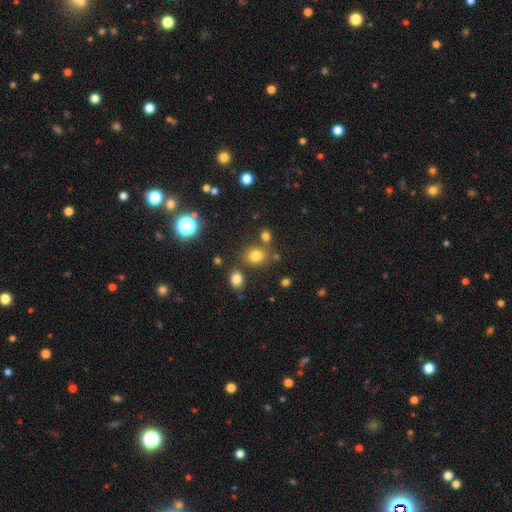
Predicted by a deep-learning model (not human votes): This is likely a smooth galaxy (76%). How rounded: likely round (62%). Merging: likely none (73%).